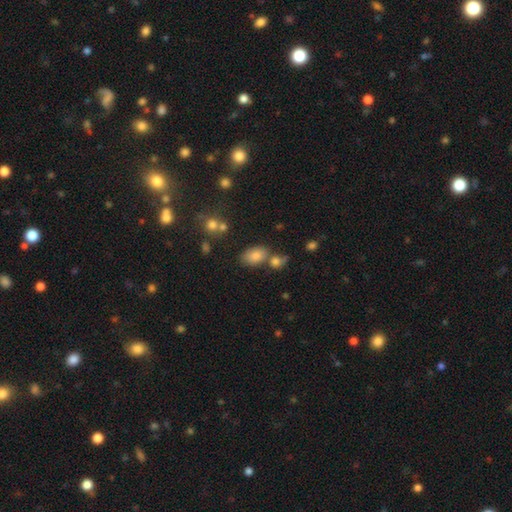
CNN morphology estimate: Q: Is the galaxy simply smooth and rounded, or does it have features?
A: smooth — 78%.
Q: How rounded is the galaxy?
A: in between — 87%.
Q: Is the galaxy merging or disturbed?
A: none — 58%.